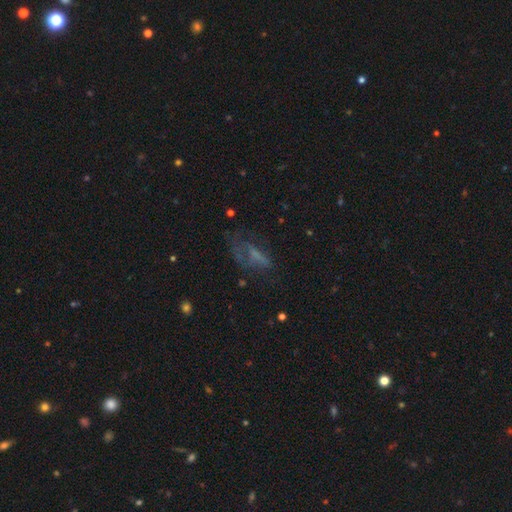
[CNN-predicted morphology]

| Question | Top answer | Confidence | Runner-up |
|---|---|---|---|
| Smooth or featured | smooth | 41% | featured or disk (39%) |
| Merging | none | 38% | major disturbance (37%) |